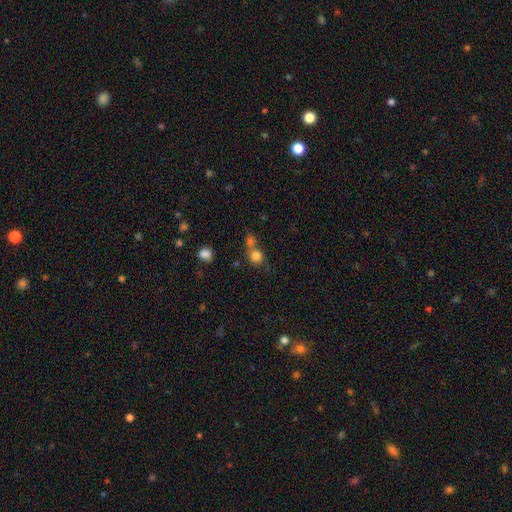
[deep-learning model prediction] smooth-or-featured: smooth: 79% | star or artifact: 12% | featured or disk: 9%
  how-rounded: round: 83% | in between: 16% | cigar-shaped: 1%
  merging: merger: 46% | none: 41% | minor disturbance: 8% | major disturbance: 4%